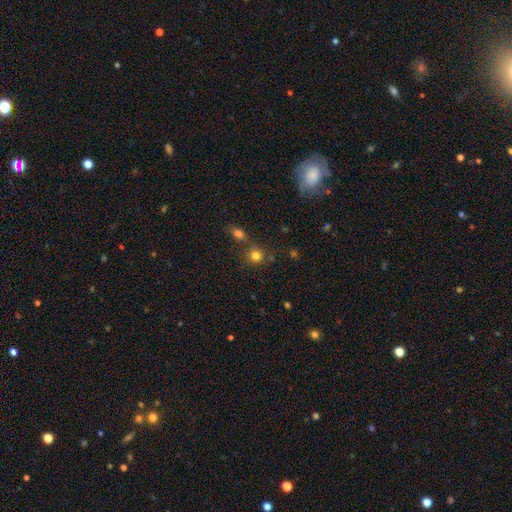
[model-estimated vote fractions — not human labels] A smooth galaxy with no disk features (80%) that is round (86%). Merging: none (68%).